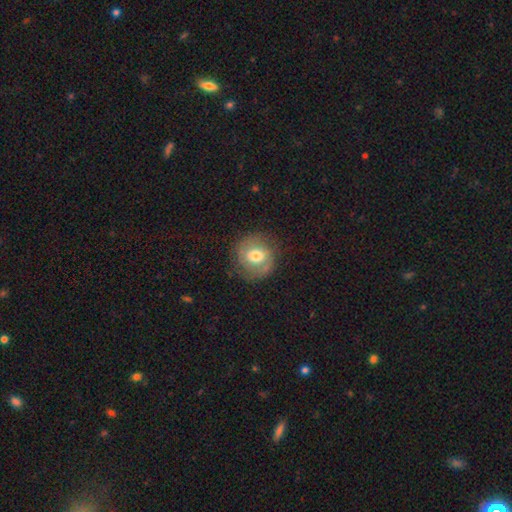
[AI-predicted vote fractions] Smooth or featured? smooth (49%)
Merging? none (76%)